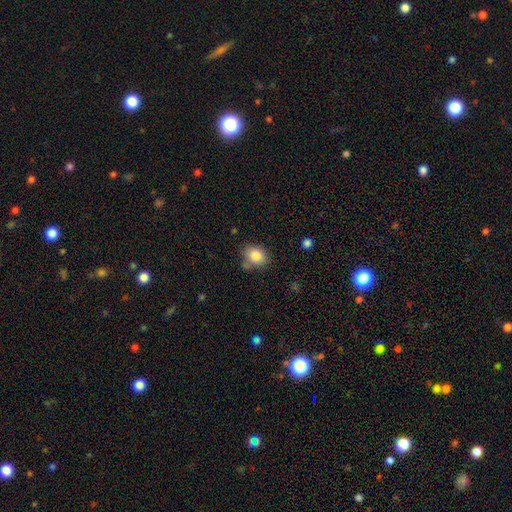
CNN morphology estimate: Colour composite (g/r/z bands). It shows a smooth galaxy with no disk features (83%) that is round (52%). Merging: none (69%).